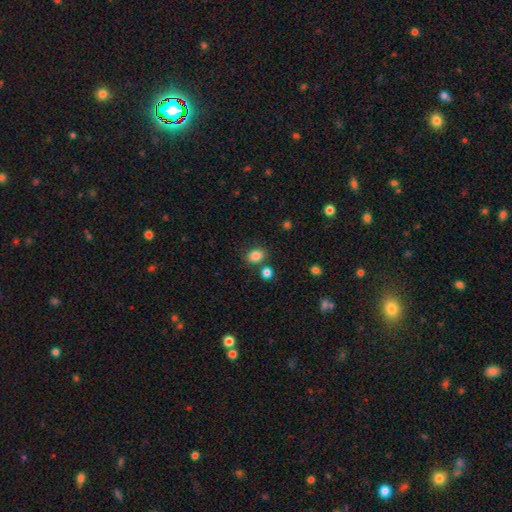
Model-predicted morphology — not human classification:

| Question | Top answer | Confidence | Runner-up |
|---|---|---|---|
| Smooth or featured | smooth | 84% | star or artifact (11%) |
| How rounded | in between | 52% | round (47%) |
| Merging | none | 75% | minor disturbance (11%) |